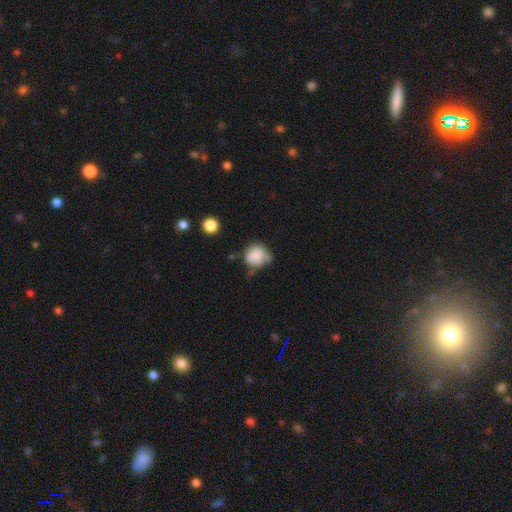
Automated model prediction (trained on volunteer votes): Smooth or featured: smooth — 82% (featured or disk — 10%)
How rounded: round — 81% (in between — 18%)
Merging: none — 42% (minor disturbance — 36%)